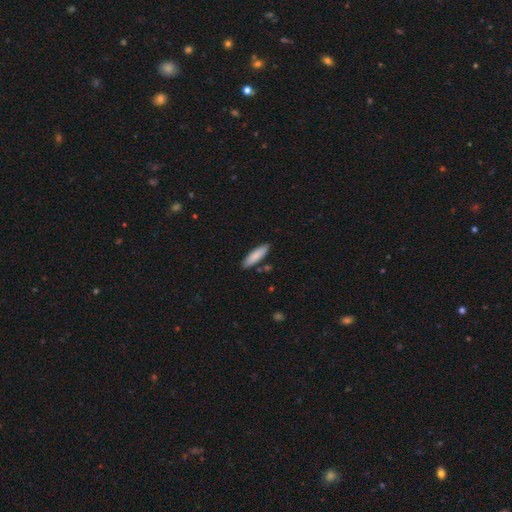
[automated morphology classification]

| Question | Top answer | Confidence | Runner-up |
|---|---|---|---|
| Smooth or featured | smooth | 85% | featured or disk (9%) |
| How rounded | cigar-shaped | 63% | in between (36%) |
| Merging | none | 86% | minor disturbance (10%) |